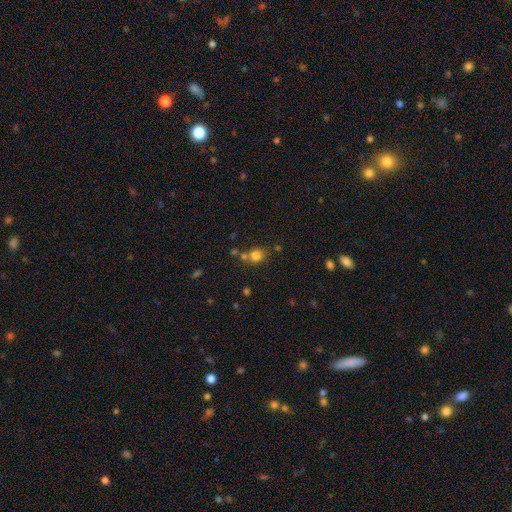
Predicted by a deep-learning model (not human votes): smooth 79%, star or artifact 14%, featured or disk 7%. Down the decision tree: how rounded — round (71%); merging — none (65%).